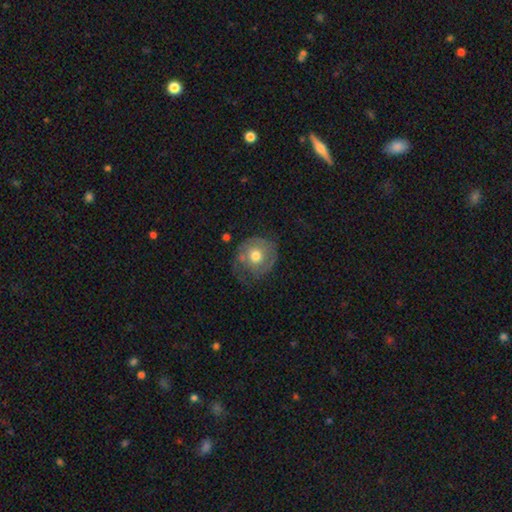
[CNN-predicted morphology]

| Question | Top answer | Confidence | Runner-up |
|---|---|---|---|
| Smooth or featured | smooth | 47% | featured or disk (46%) |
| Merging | none | 51% | minor disturbance (27%) |